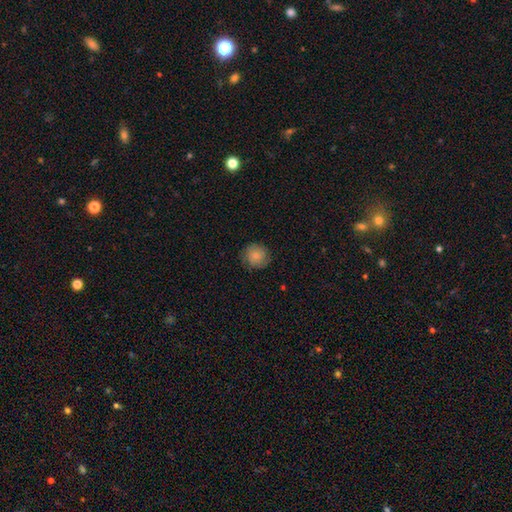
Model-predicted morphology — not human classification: A smooth galaxy with no disk features (79%) that is round (90%). Merging: none (81%).